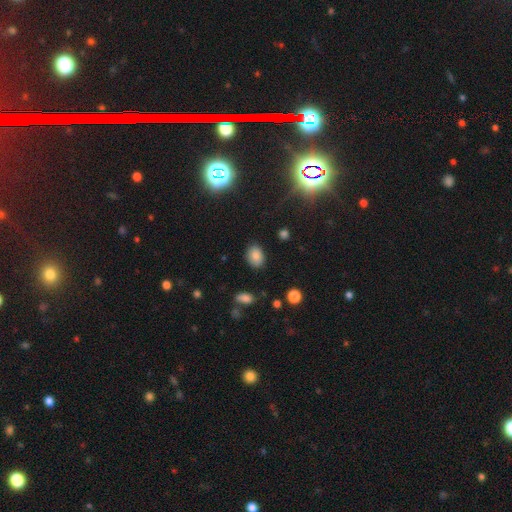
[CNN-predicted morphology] A smooth galaxy with no disk features (83%) that is in between round and cigar-shaped (69%). Merging: none (85%).